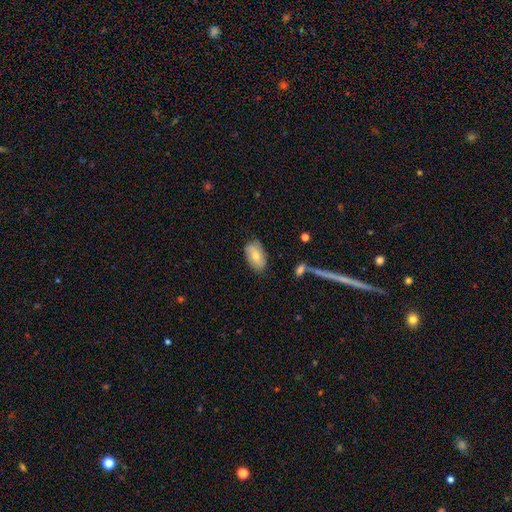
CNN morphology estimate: Q: Smooth or featured?
A: smooth (65%); runner-up: featured or disk (28%)
Q: How rounded?
A: in between (92%); runner-up: round (6%)
Q: Merging?
A: none (74%); runner-up: minor disturbance (20%)